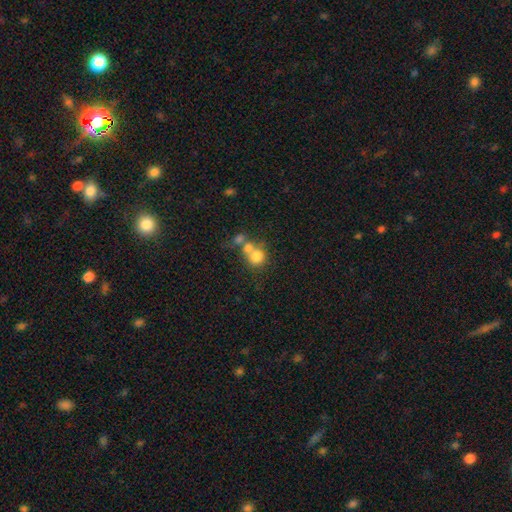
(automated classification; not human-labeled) This appears to be a smooth galaxy with no disk features (74%) that is round (79%). Merging: merger (51%).